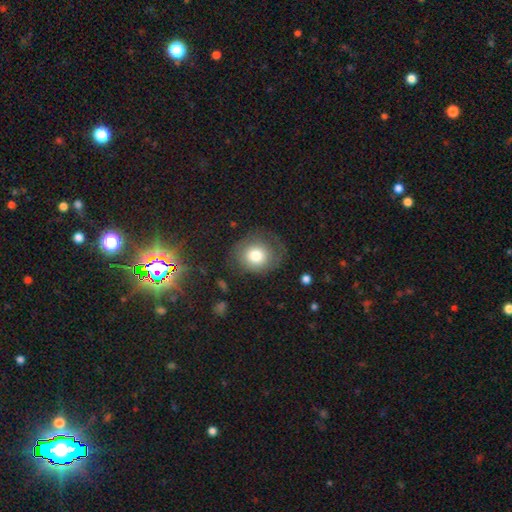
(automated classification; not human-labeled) A smooth galaxy with no disk features (73%) that is round (79%).

Vote fractions:
- Smooth or featured? smooth: 73% / featured or disk: 17% / star or artifact: 10%
- How rounded? round: 79% / in between: 20% / cigar-shaped: 1%
- Merging? none: 64% / minor disturbance: 20% / major disturbance: 14% / merger: 2%